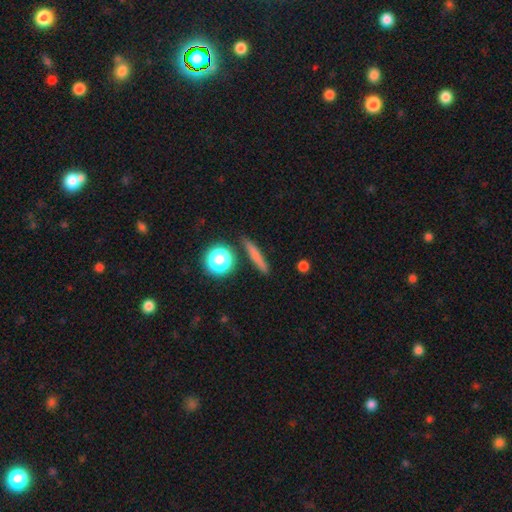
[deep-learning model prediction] Morphology: type=smooth (70%); roundness=cigar-shaped (82%); merging=none (86%).